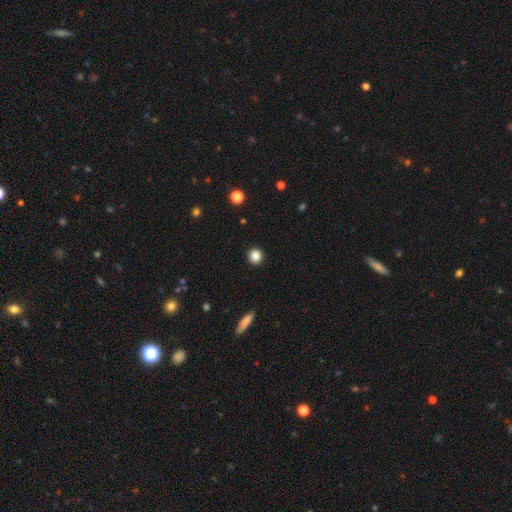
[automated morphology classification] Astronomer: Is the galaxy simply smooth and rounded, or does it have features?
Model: smooth — 85%.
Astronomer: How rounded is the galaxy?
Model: round — 93%.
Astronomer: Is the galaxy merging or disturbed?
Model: none — 93%.